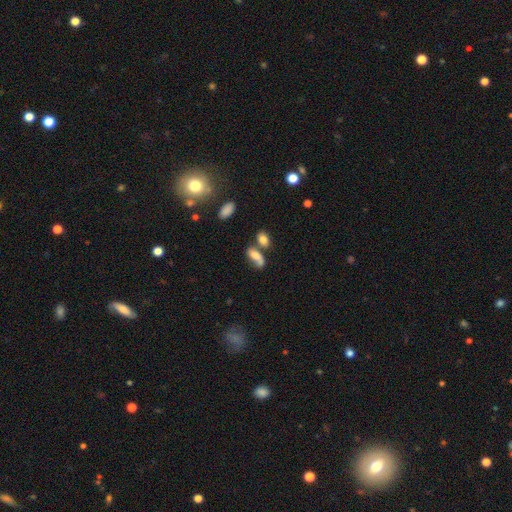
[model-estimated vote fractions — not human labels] A smooth galaxy with no disk features (68%) that is in between round and cigar-shaped (79%).

Vote fractions:
- Smooth or featured? smooth: 68% / featured or disk: 21% / star or artifact: 11%
- How rounded? in between: 79% / cigar-shaped: 15% / round: 6%
- Merging? none: 37% / merger: 33% / minor disturbance: 18% / major disturbance: 13%